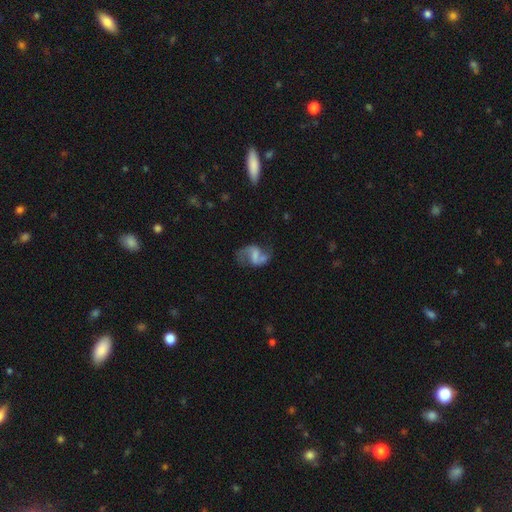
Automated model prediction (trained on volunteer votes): smooth-or-featured: featured or disk: 73% | smooth: 19% | star or artifact: 8%
  disk-edge-on: no: 98% | yes: 2%
    bar: weak: 46% | strong: 28% | no: 26%
    has-spiral-arms: yes: 86% | no: 14%
      spiral-winding: loose: 60% | medium: 33% | tight: 7%
      spiral-arm-count: 2: 88% | 1: 5% | can't tell: 5% | 3: 1% | 4: 1% | more than 4: 1%
    bulge-size: none: 42% | small: 29% | moderate: 21% | large: 6% | dominant: 2%
  merging: none: 52% | minor disturbance: 20% | major disturbance: 19% | merger: 10%